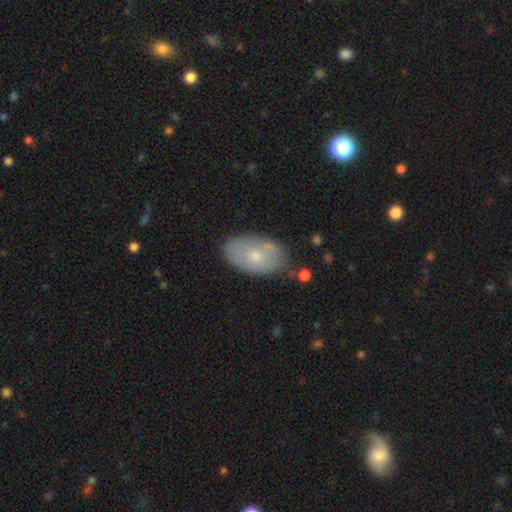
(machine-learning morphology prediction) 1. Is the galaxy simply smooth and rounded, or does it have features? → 61% smooth, 33% featured or disk, 7% star or artifact.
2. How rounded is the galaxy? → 93% in between, 5% round, 2% cigar-shaped.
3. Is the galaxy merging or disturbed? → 70% none, 21% minor disturbance, 5% major disturbance, 4% merger.